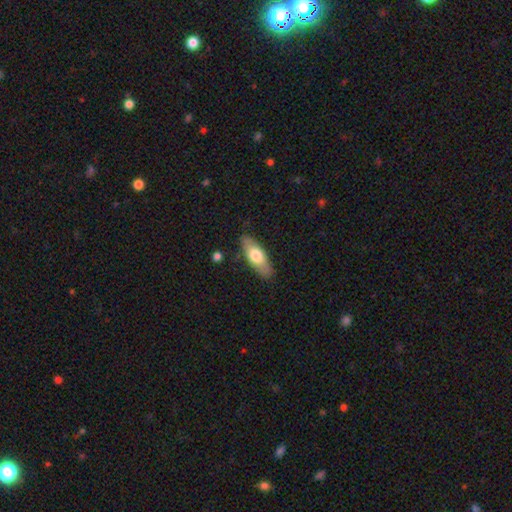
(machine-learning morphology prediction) The model was most divided on "smooth or featured": smooth: 65%, featured or disk: 29%, star or artifact: 5%. More confident: merging — none (83%); how rounded — in between (69%).